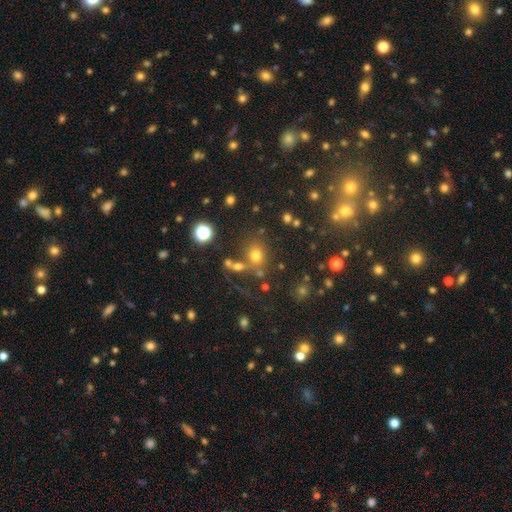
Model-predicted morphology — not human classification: Smooth or featured? Predicted: smooth (p=0.69). How rounded? Predicted: round (p=0.72). Merging? Predicted: none (p=0.62).